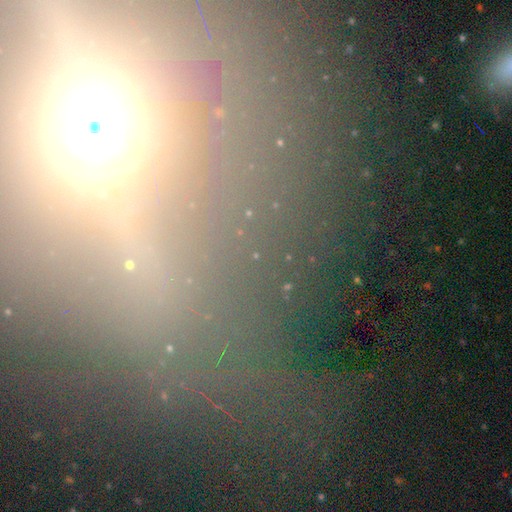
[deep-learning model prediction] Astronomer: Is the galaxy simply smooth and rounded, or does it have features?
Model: star or artifact — 63%.